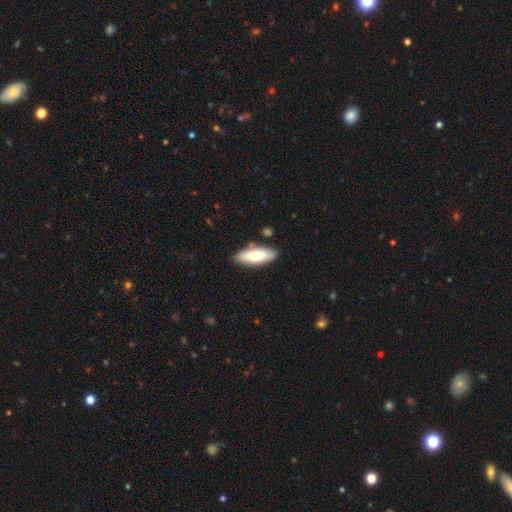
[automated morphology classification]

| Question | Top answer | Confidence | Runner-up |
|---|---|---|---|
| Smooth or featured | smooth | 74% | featured or disk (20%) |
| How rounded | in between | 61% | cigar-shaped (37%) |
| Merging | none | 83% | minor disturbance (12%) |